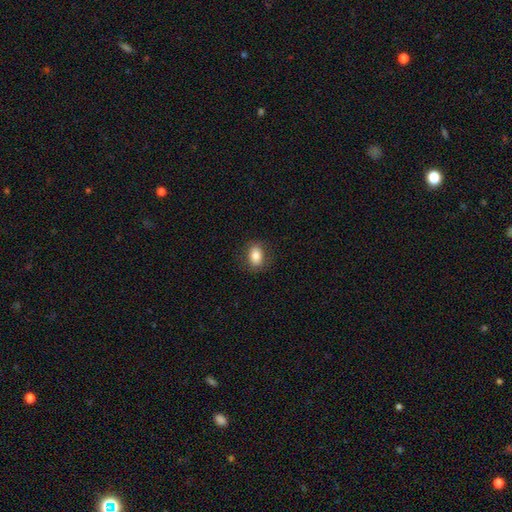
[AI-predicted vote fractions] Smooth or featured?
  - smooth: 83% *
  - featured or disk: 9%
  - star or artifact: 8%
How rounded?
  - in between: 77% *
  - round: 21%
  - cigar-shaped: 2%
Merging?
  - none: 84% *
  - minor disturbance: 12%
  - major disturbance: 4%
  - merger: 1%